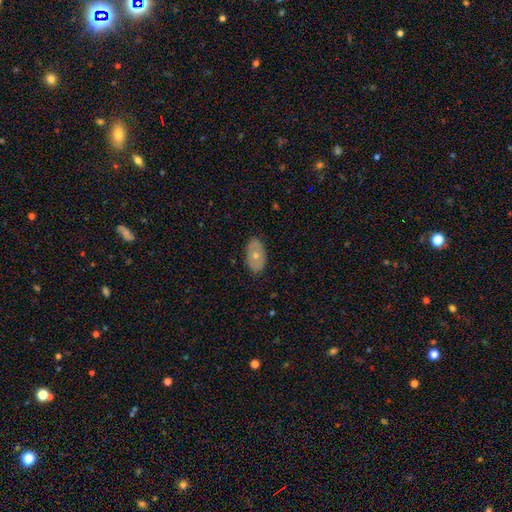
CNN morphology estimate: Smooth or featured?
  - smooth: 52% *
  - featured or disk: 41%
  - star or artifact: 7%
How rounded?
  - in between: 89% *
  - round: 10%
  - cigar-shaped: 2%
Merging?
  - none: 84% *
  - minor disturbance: 12%
  - major disturbance: 3%
  - merger: 1%